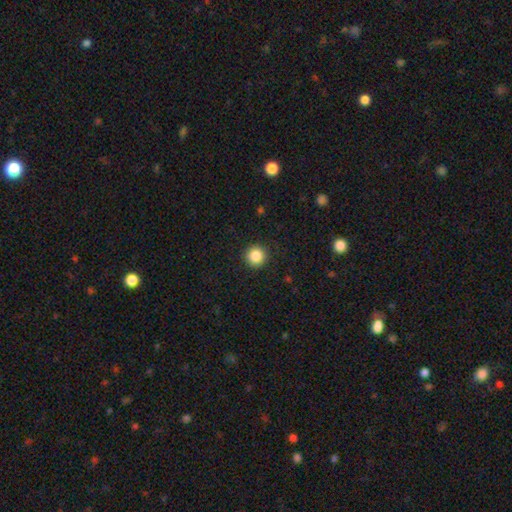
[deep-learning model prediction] Smooth or featured: smooth — 86% (star or artifact — 10%)
How rounded: round — 95% (in between — 4%)
Merging: none — 92% (minor disturbance — 5%)